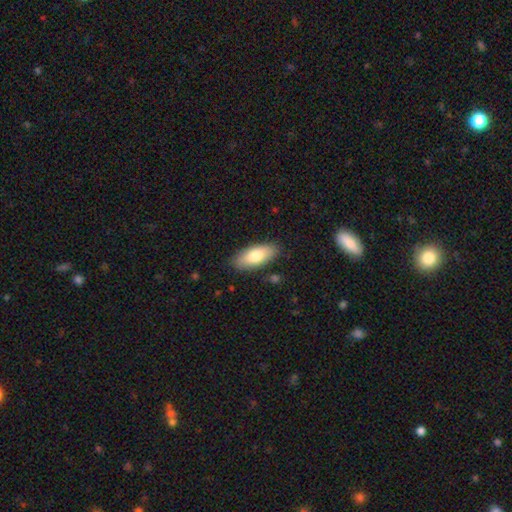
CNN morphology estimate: Smooth or featured? smooth (76%)
How rounded? in between (84%)
Merging? none (85%)